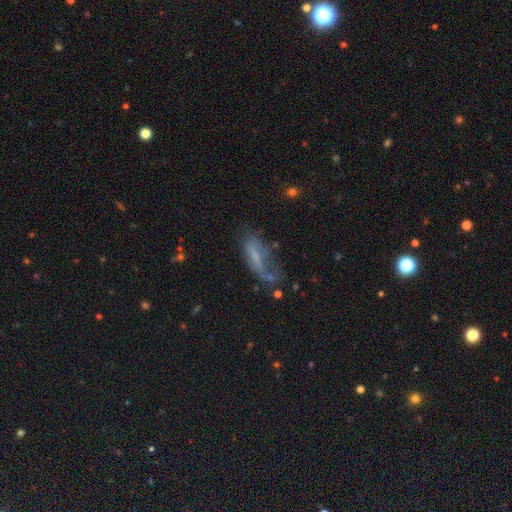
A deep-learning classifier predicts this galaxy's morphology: Overall: smooth (56%; featured or disk 31%). How rounded: in between (55%; cigar-shaped 43%). Merging: none (35%; major disturbance 30%).